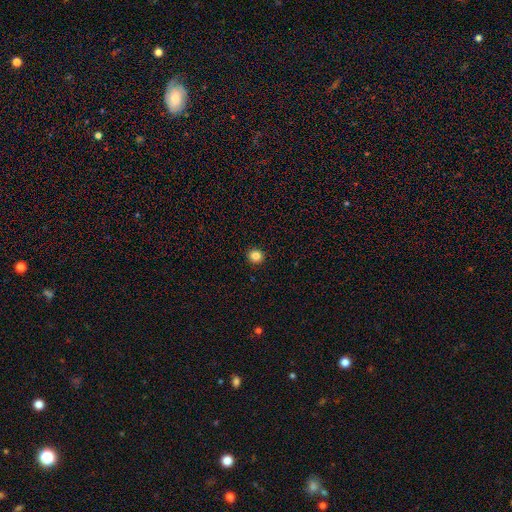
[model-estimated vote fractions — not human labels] This appears to be a smooth galaxy with no disk features (84%) that is round (91%). Merging: none (93%).